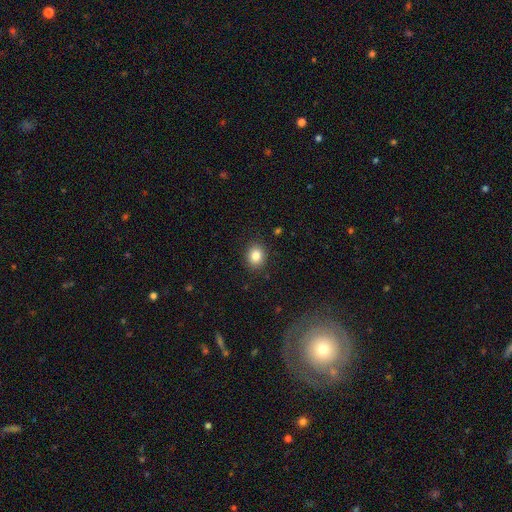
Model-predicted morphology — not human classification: smooth 84%, star or artifact 10%, featured or disk 6%. Down the decision tree: how rounded — round (64%); merging — none (89%).